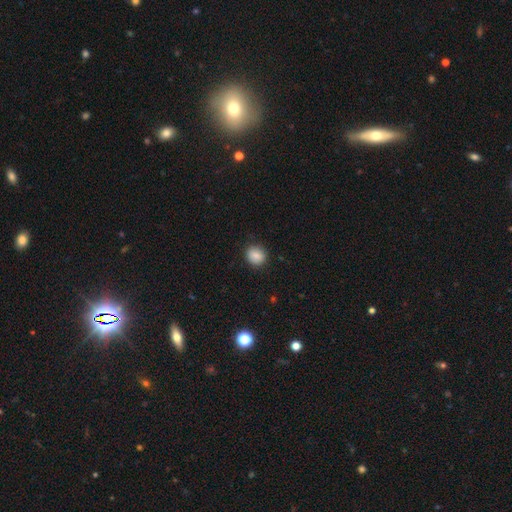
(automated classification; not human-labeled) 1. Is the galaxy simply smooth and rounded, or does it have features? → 85% smooth, 9% star or artifact, 6% featured or disk.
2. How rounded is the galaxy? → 81% round, 18% in between, 1% cigar-shaped.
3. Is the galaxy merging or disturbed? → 87% none, 10% minor disturbance, 3% major disturbance, 1% merger.